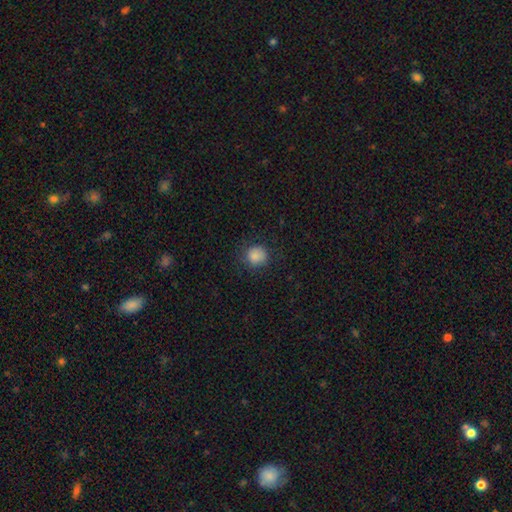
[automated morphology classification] Smooth or featured? Predicted: smooth (p=0.85). How rounded? Predicted: round (p=0.88). Merging? Predicted: none (p=0.81).